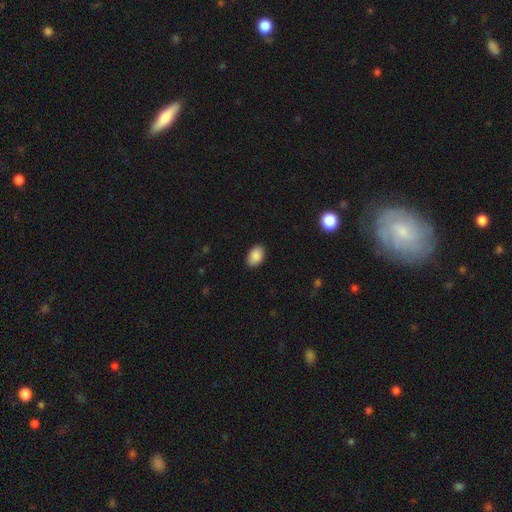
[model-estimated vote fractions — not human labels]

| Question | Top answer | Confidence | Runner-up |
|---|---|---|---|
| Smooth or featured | smooth | 90% | star or artifact (7%) |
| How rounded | in between | 87% | round (12%) |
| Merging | none | 88% | minor disturbance (9%) |